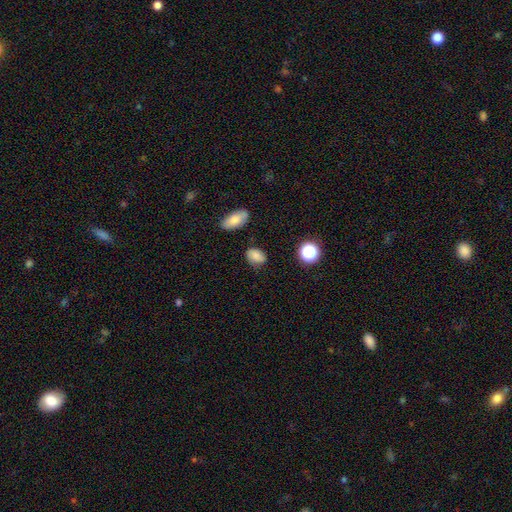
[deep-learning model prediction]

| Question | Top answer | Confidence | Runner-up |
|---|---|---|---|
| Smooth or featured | smooth | 79% | star or artifact (11%) |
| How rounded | in between | 78% | round (20%) |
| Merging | none | 70% | minor disturbance (22%) |